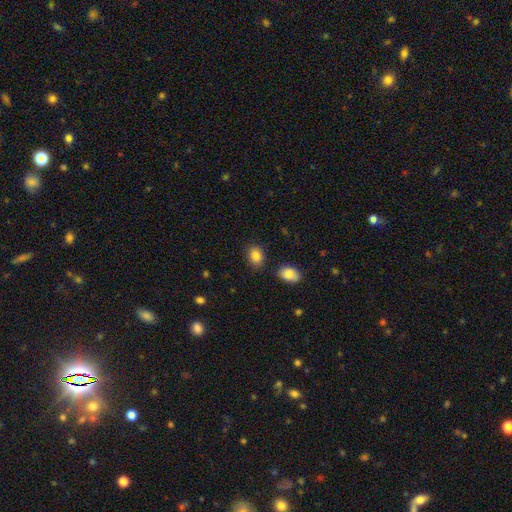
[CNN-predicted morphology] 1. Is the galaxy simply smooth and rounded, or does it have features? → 86% smooth, 9% star or artifact, 5% featured or disk.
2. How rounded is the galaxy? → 65% in between, 34% round, 1% cigar-shaped.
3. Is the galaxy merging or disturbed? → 83% none, 10% minor disturbance, 4% merger, 3% major disturbance.